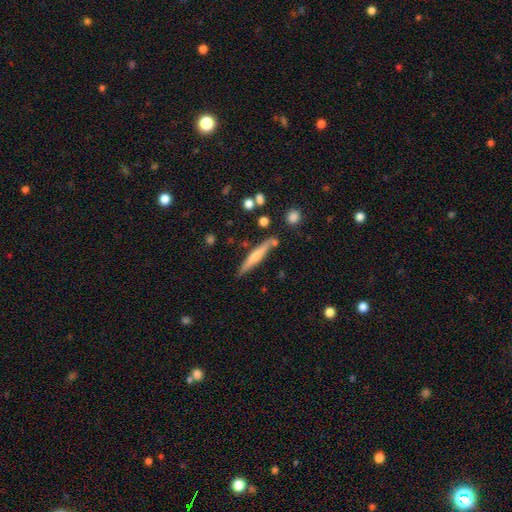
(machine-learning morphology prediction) smooth-or-featured: smooth: 52% | featured or disk: 42% | star or artifact: 6%
  how-rounded: cigar-shaped: 92% | in between: 7% | round: 2%
  merging: none: 78% | minor disturbance: 13% | merger: 6% | major disturbance: 3%